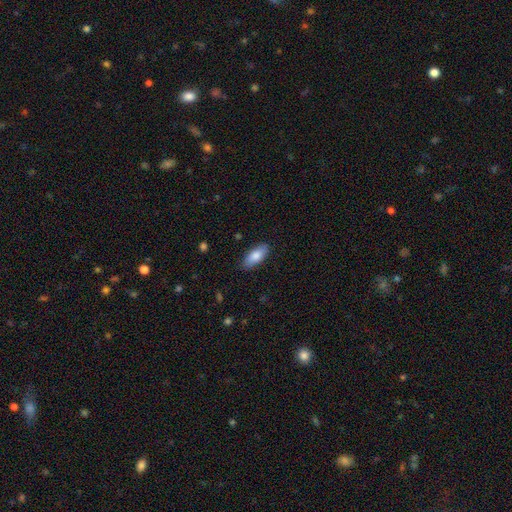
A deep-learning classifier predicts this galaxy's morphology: A smooth galaxy with no disk features (82%) that is in between round and cigar-shaped (84%). Merging: none (87%).